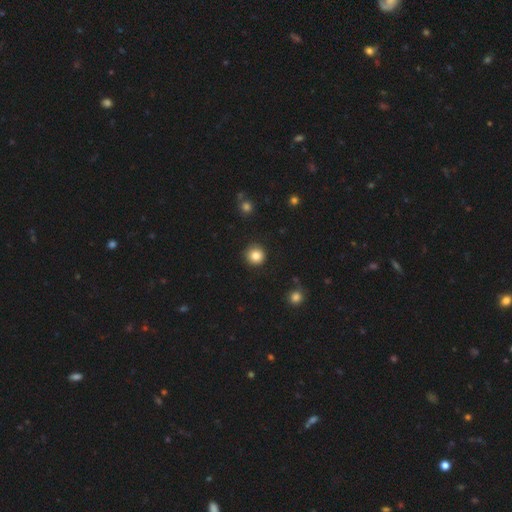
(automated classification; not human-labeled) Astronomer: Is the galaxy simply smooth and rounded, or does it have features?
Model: smooth — 85%.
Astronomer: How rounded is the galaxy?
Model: round — 94%.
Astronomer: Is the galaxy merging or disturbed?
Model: none — 90%.